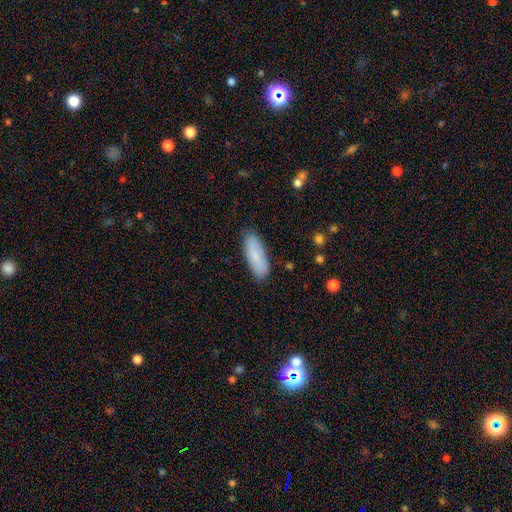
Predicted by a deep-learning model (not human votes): Smooth or featured: smooth — 79% (featured or disk — 15%)
How rounded: in between — 65% (cigar-shaped — 33%)
Merging: none — 84% (minor disturbance — 13%)